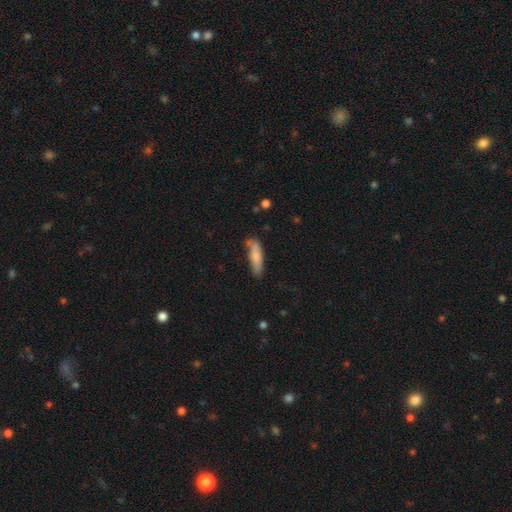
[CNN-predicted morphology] Q: Smooth or featured?
A: smooth (77%); runner-up: featured or disk (17%)
Q: How rounded?
A: cigar-shaped (63%); runner-up: in between (35%)
Q: Merging?
A: none (64%); runner-up: minor disturbance (25%)